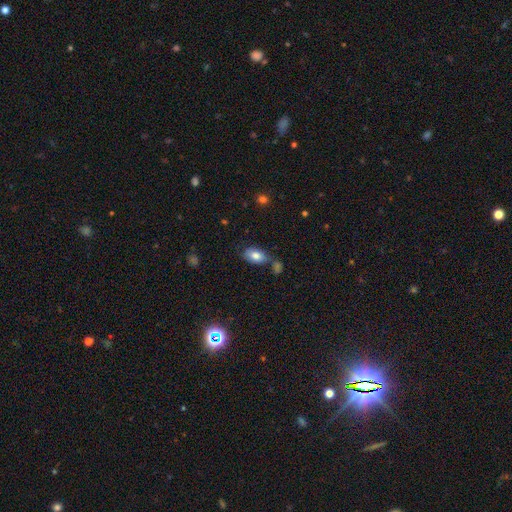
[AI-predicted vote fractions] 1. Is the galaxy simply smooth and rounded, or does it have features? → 80% smooth, 12% featured or disk, 8% star or artifact.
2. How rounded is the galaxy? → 91% in between, 7% round, 2% cigar-shaped.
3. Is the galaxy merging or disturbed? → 61% none, 18% minor disturbance, 16% merger, 6% major disturbance.